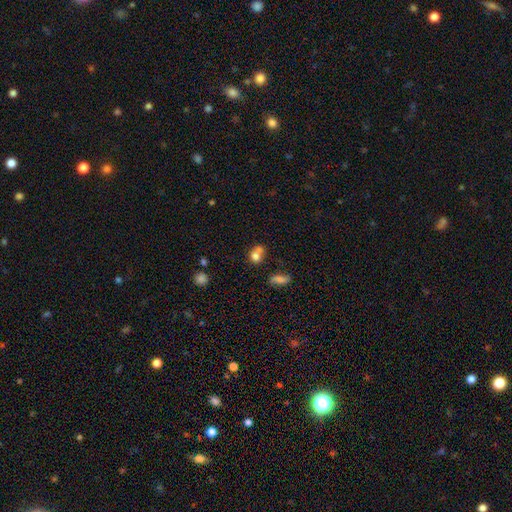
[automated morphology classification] Smooth or featured? smooth (74%)
How rounded? round (61%)
Merging? merger (52%)